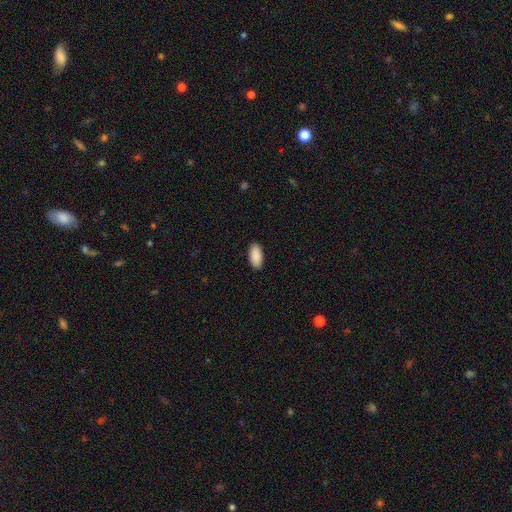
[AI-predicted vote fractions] smooth_or_featured: smooth (p=0.91) [alt: star or artifact p=0.06]
how_rounded: in between (p=0.92) [alt: cigar-shaped p=0.06]
merging: none (p=0.90) [alt: minor disturbance p=0.07]